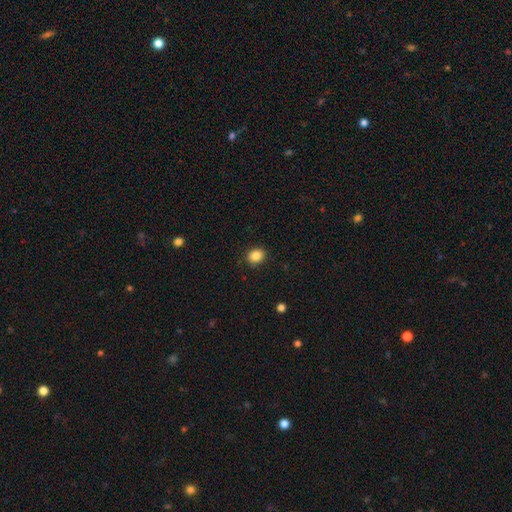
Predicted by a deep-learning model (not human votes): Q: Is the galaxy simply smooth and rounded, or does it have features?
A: smooth — 86%.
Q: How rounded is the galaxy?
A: round — 60%.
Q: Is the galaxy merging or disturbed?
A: none — 90%.